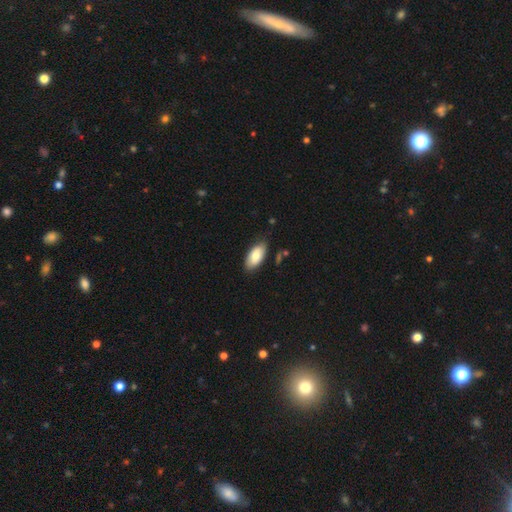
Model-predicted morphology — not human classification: Overall: smooth (79%). How rounded: in between (93%). Merging: none (81%).